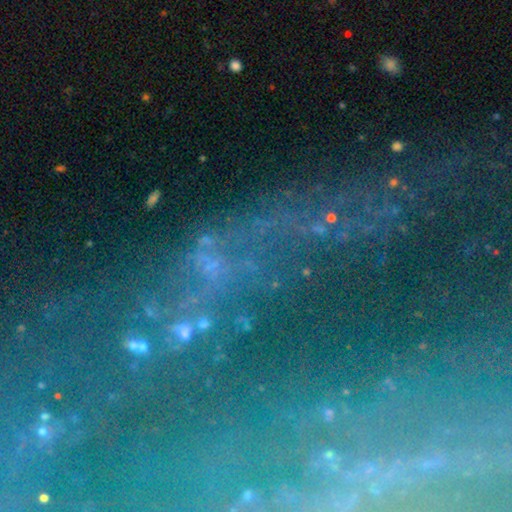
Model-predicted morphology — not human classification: smooth-or-featured: star or artifact: 54% | featured or disk: 33% | smooth: 14%